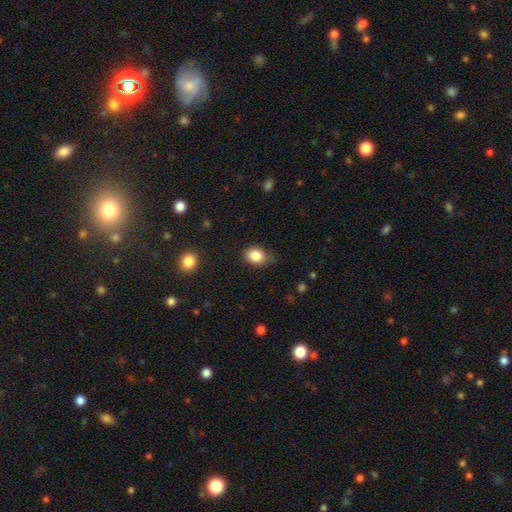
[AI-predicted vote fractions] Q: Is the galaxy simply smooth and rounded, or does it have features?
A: smooth — 85%.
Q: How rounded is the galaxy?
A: in between — 50%.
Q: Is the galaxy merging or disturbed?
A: none — 72%.